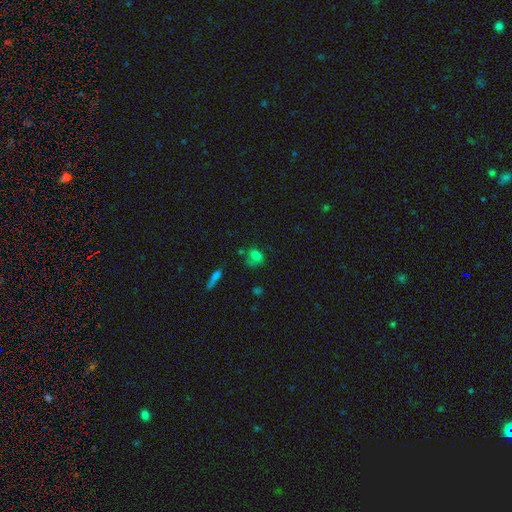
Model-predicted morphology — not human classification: Smooth or featured? smooth (67%)
How rounded? in between (57%)
Merging? none (45%)